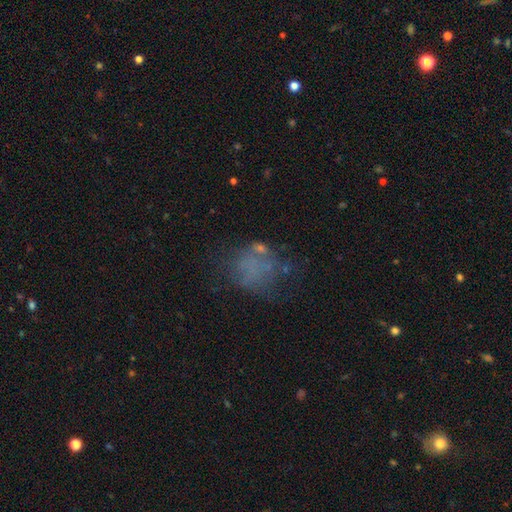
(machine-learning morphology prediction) This appears to be a smooth galaxy with no disk features (42%). Merging: none (47%).